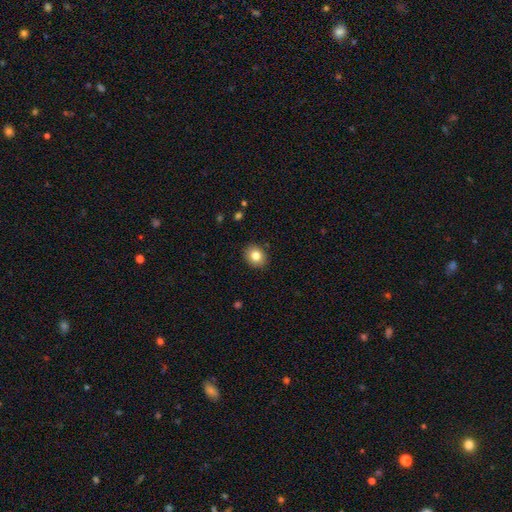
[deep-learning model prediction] Smooth or featured? smooth (81%)
How rounded? round (64%)
Merging? none (89%)